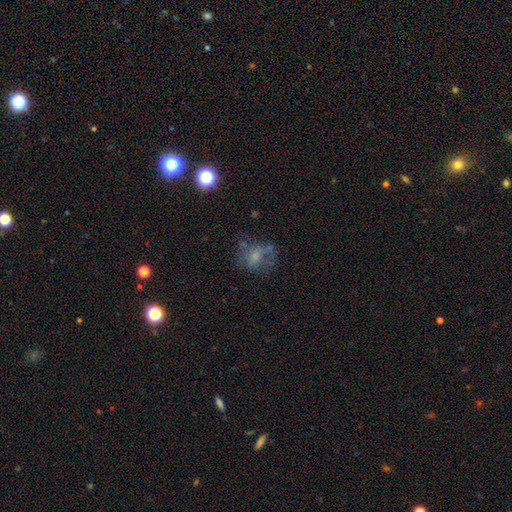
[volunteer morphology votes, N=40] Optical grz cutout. It shows a smooth galaxy with no disk features (45%) that is round (61%). Merging: none (43%).